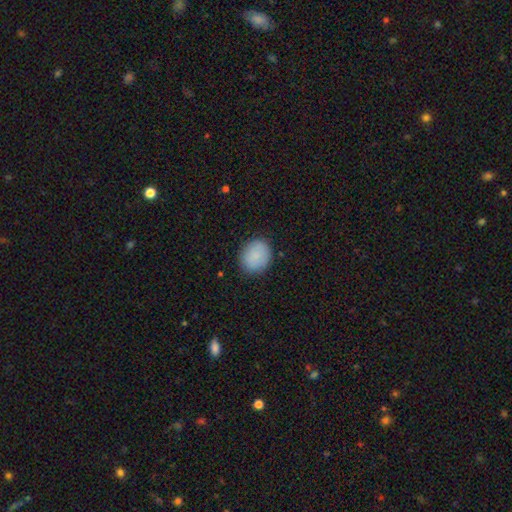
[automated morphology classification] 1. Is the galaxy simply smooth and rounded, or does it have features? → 87% smooth, 7% star or artifact, 6% featured or disk.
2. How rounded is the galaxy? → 64% round, 35% in between, 1% cigar-shaped.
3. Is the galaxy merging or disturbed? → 87% none, 10% minor disturbance, 3% major disturbance, 1% merger.